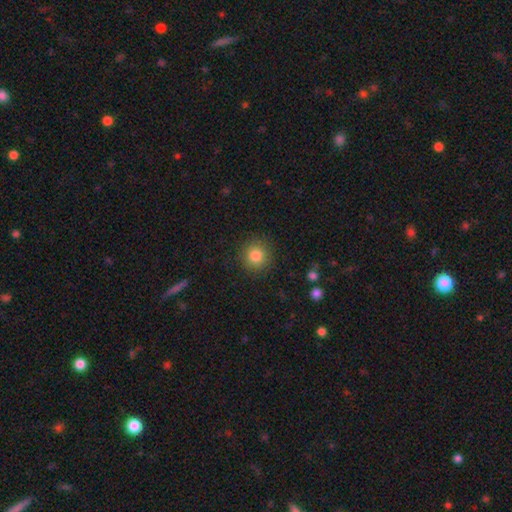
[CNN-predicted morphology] The model was most divided on "smooth or featured": smooth: 84%, star or artifact: 10%, featured or disk: 6%. More confident: how rounded — round (92%); merging — none (89%).